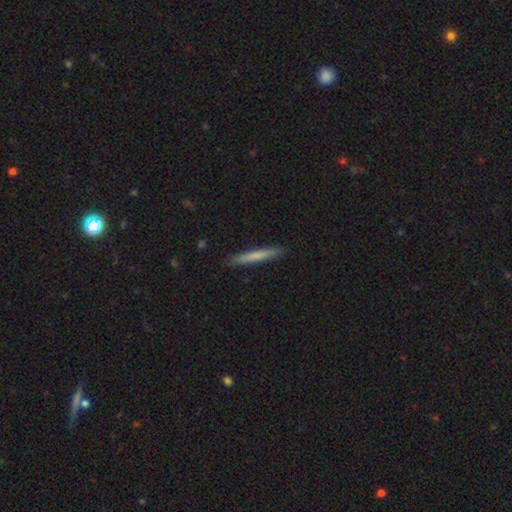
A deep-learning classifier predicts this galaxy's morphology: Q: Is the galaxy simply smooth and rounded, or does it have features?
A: smooth — 71%.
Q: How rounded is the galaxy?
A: cigar-shaped — 96%.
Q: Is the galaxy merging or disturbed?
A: none — 91%.